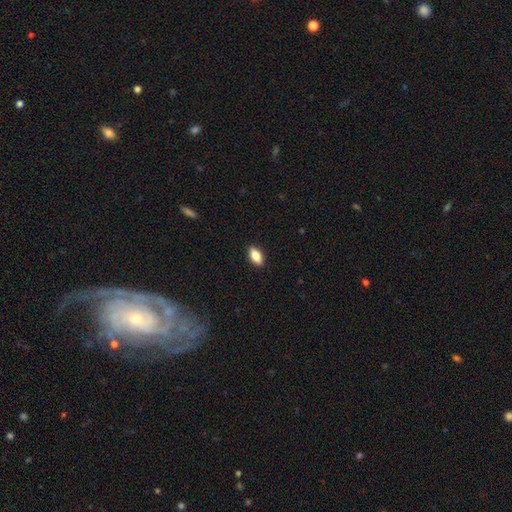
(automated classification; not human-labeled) Smooth or featured? smooth (84%)
How rounded? in between (88%)
Merging? none (90%)